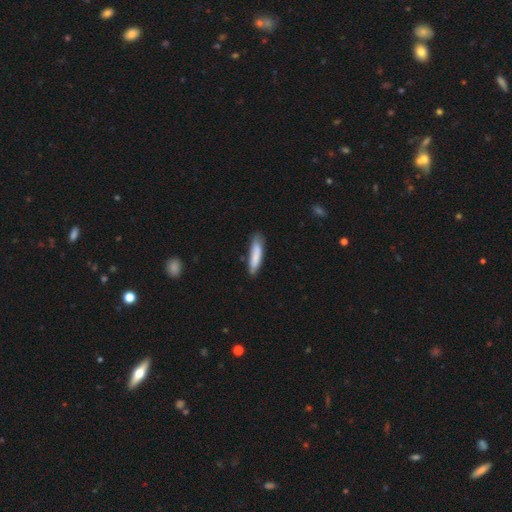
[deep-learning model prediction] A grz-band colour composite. It shows a smooth galaxy with no disk features (82%) that is cigar-shaped (79%). Merging: none (72%).